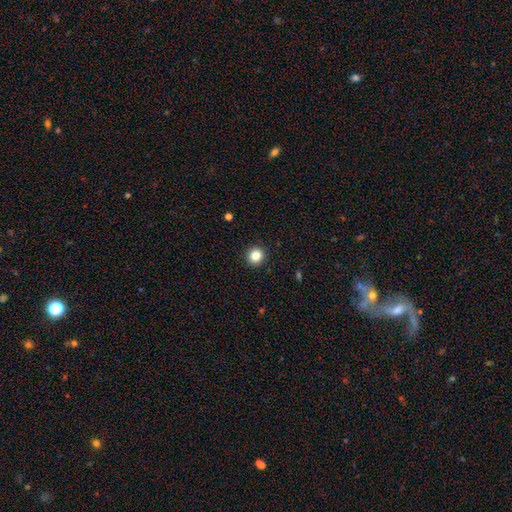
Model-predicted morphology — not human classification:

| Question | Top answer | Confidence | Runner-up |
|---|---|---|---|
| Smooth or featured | smooth | 83% | star or artifact (11%) |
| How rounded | round | 92% | in between (7%) |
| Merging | none | 93% | minor disturbance (5%) |